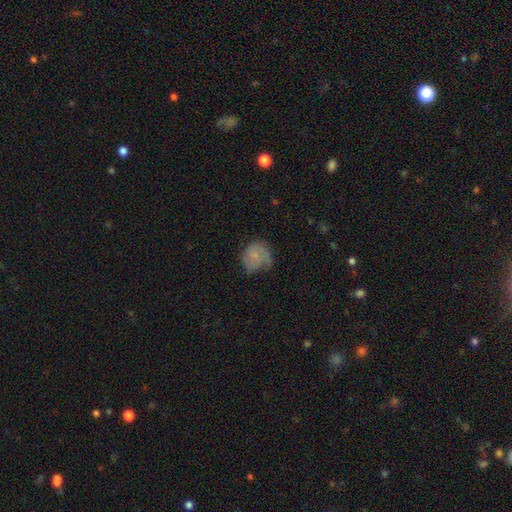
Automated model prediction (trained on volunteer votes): Overall: smooth (51%; featured or disk 40%). How rounded: round (74%). Merging: none (45%; minor disturbance 33%).